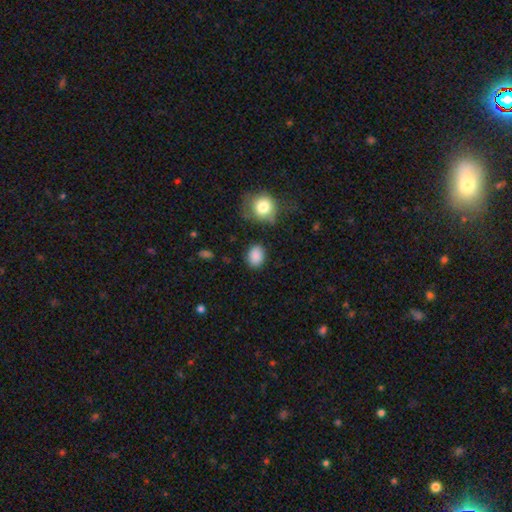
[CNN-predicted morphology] A smooth galaxy with no disk features (87%) that is in between round and cigar-shaped (60%).

Vote fractions:
- Smooth or featured? smooth: 87% / star or artifact: 8% / featured or disk: 4%
- How rounded? in between: 60% / round: 39% / cigar-shaped: 1%
- Merging? none: 81% / minor disturbance: 12% / major disturbance: 3% / merger: 3%